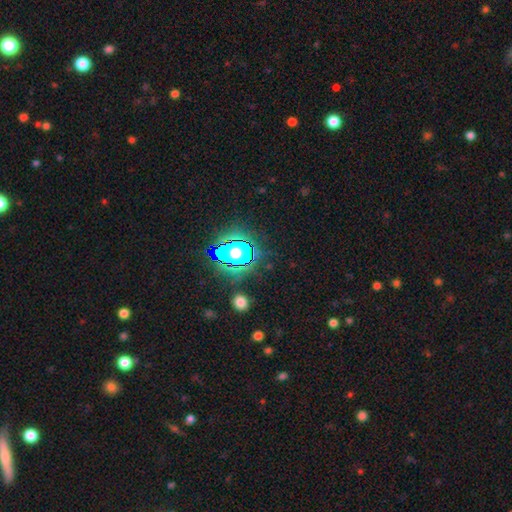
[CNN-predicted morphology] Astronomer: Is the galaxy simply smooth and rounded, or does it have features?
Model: star or artifact — 83%.